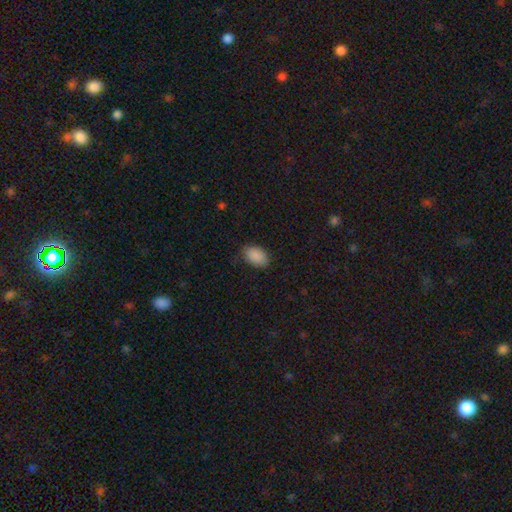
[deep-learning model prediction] A smooth galaxy with no disk features (89%) that is in between round and cigar-shaped (87%).

Vote fractions:
- Smooth or featured? smooth: 89% / star or artifact: 7% / featured or disk: 3%
- How rounded? in between: 87% / round: 12% / cigar-shaped: 1%
- Merging? none: 80% / minor disturbance: 16% / major disturbance: 3% / merger: 1%